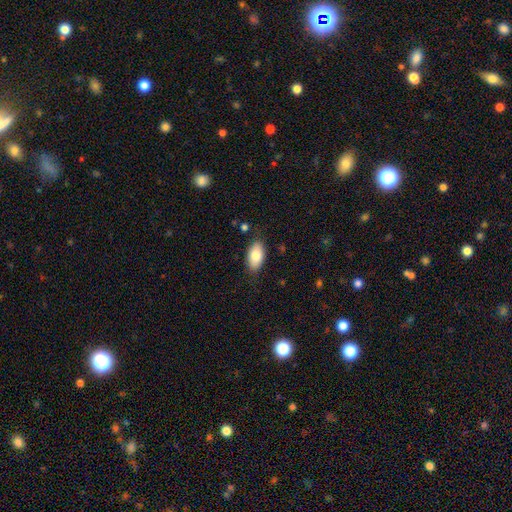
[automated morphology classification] Smooth or featured? smooth (82%)
How rounded? in between (94%)
Merging? none (84%)